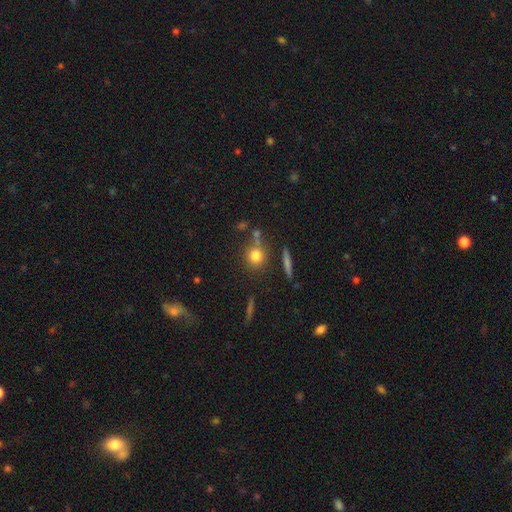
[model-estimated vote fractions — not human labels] smooth-or-featured: smooth: 78% | star or artifact: 12% | featured or disk: 10%
  how-rounded: round: 85% | in between: 12% | cigar-shaped: 3%
  merging: none: 71% | merger: 13% | minor disturbance: 12% | major disturbance: 4%